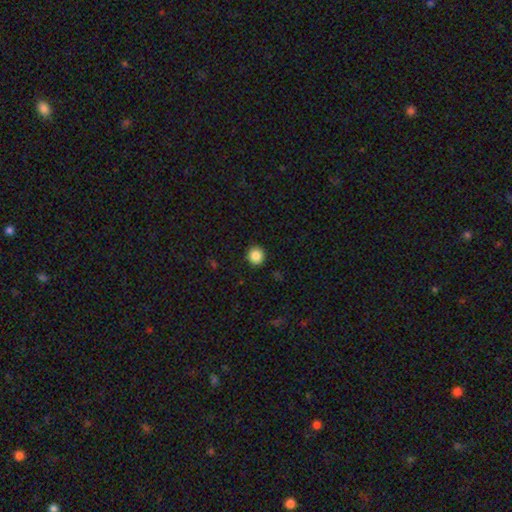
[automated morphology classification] Smooth or featured? Predicted: smooth (p=0.87). How rounded? Predicted: round (p=0.92). Merging? Predicted: none (p=0.92).